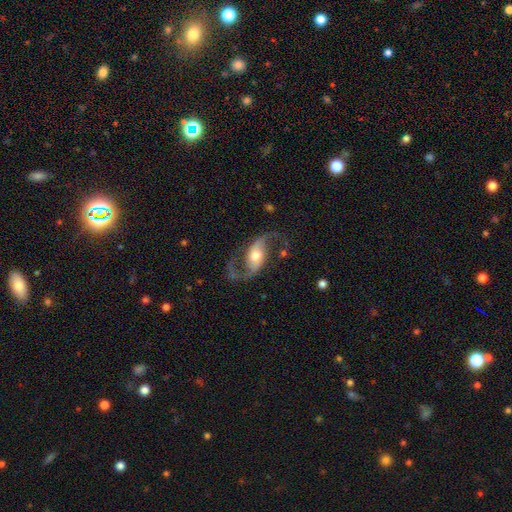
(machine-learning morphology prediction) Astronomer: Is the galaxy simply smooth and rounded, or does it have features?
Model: featured or disk — 89%.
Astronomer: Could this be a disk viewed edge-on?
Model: no — 96%.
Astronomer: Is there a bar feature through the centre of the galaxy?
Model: no — 39% (runner-up: weak, 37%).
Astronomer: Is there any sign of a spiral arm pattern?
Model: yes — 96%.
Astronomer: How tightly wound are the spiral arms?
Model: loose — 68%.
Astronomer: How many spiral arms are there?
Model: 2 — 93%.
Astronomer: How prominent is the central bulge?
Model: moderate — 66%.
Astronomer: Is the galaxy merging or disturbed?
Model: none — 72%.